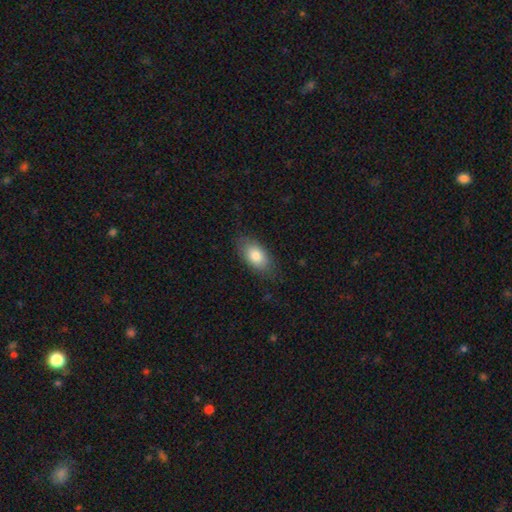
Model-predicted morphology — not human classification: Smooth or featured? Predicted: smooth (p=0.81). How rounded? Predicted: in between (p=0.91). Merging? Predicted: none (p=0.79).